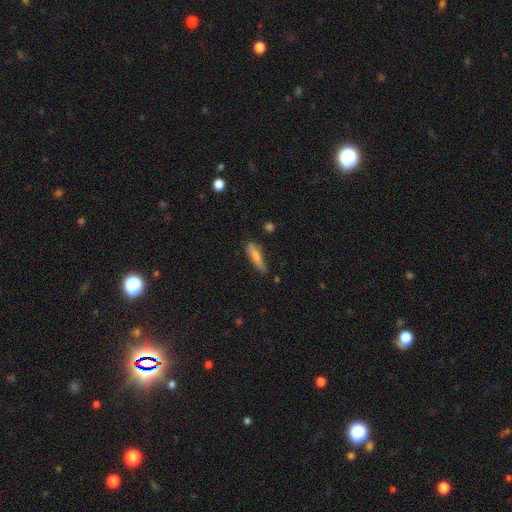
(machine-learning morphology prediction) Q: Smooth or featured?
A: smooth (75%); runner-up: featured or disk (18%)
Q: How rounded?
A: cigar-shaped (73%); runner-up: in between (25%)
Q: Merging?
A: none (64%); runner-up: minor disturbance (27%)